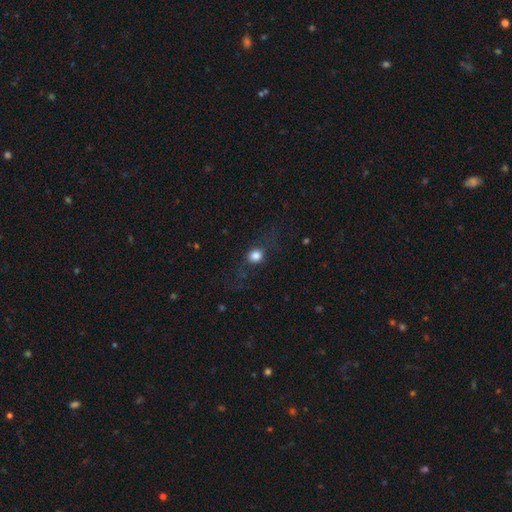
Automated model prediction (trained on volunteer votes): Smooth or featured?
  - smooth: 77% *
  - featured or disk: 12%
  - star or artifact: 11%
How rounded?
  - round: 72% *
  - in between: 26%
  - cigar-shaped: 2%
Merging?
  - none: 69% *
  - minor disturbance: 16%
  - major disturbance: 14%
  - merger: 2%